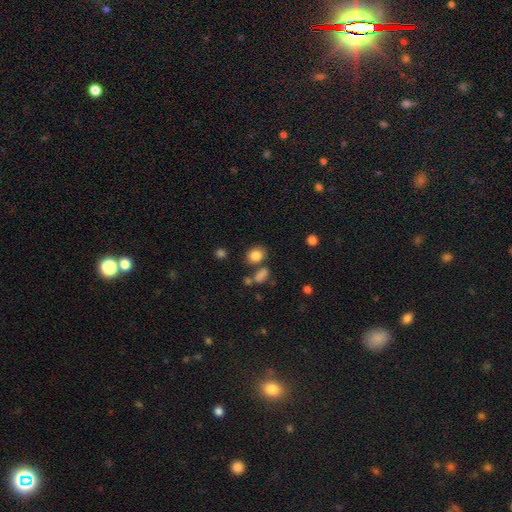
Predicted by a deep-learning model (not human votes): This appears to be a smooth galaxy with no disk features (83%) that is round (51%). Merging: none (69%).